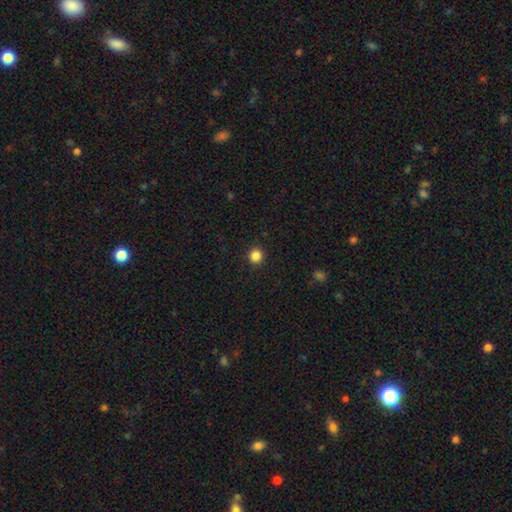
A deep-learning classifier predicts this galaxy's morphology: Overall: smooth (85%). How rounded: round (91%). Merging: none (92%).